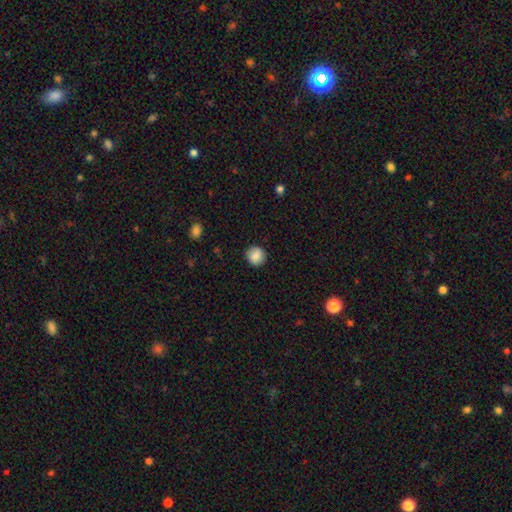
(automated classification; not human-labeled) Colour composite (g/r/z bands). It shows a smooth galaxy with no disk features (85%) that is round (91%). Merging: none (89%).